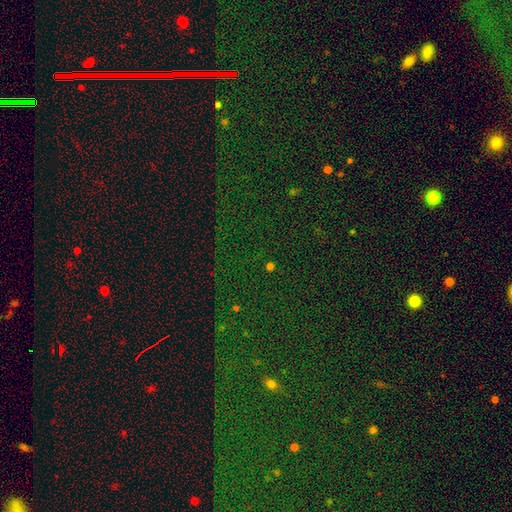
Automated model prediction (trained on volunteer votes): This appears to be a star or artifact, not a galaxy (82%).